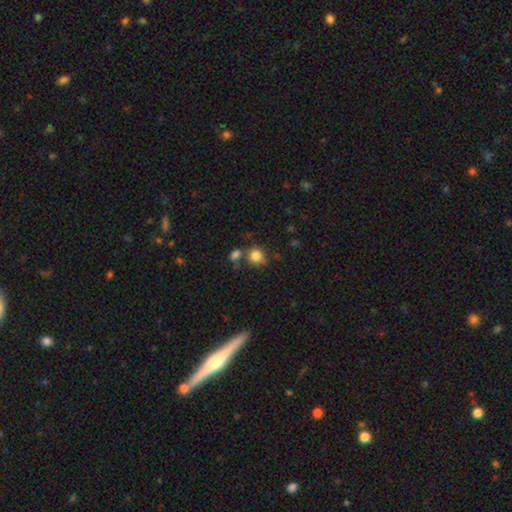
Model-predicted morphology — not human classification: A smooth galaxy with no disk features (84%) that is round (87%).

Vote fractions:
- Smooth or featured? smooth: 84% / star or artifact: 10% / featured or disk: 6%
- How rounded? round: 87% / in between: 12% / cigar-shaped: 1%
- Merging? none: 64% / merger: 19% / minor disturbance: 12% / major disturbance: 4%